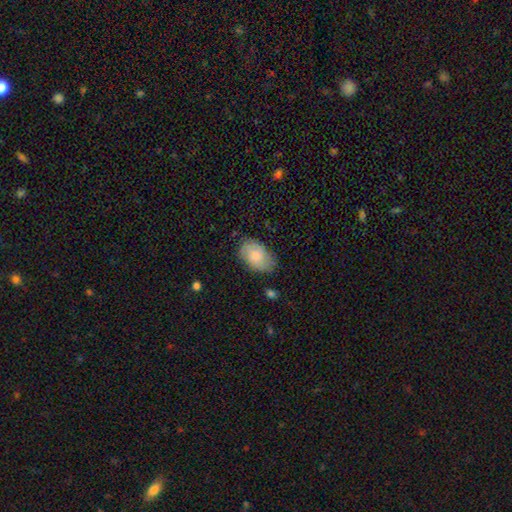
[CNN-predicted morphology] smooth 70%, featured or disk 24%, star or artifact 7%. Down the decision tree: how rounded — in between (91%); merging — none (71%).